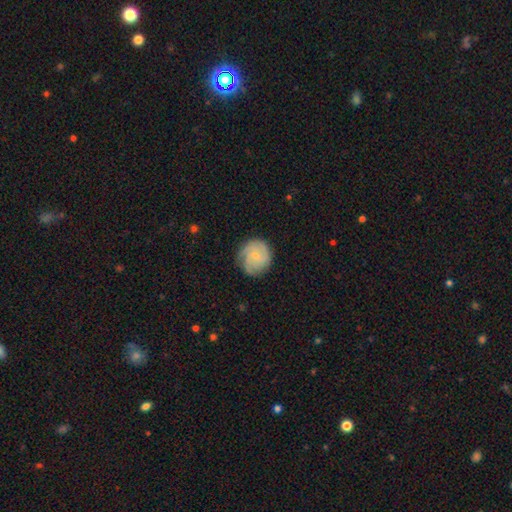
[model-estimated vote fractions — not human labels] Smooth or featured? Predicted: featured or disk (p=0.66). Edge-on disk? Predicted: no (p=0.98). Bar? Predicted: no (p=0.72). Spiral arms? Predicted: yes (p=0.93). Spiral winding? Predicted: tight (p=0.62). Spiral arm count? Predicted: 3 (p=0.33). Bulge size? Predicted: small (p=0.72). Merging? Predicted: none (p=0.75).